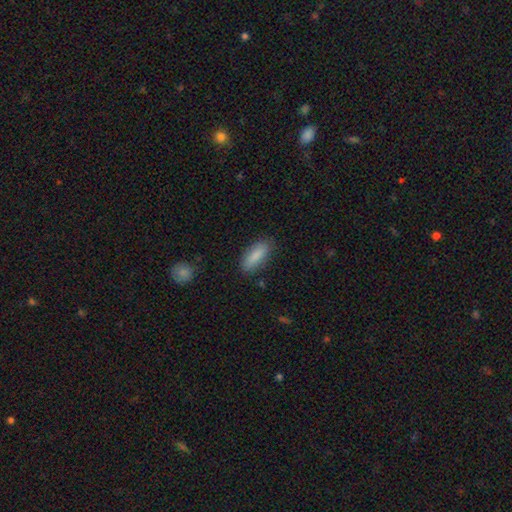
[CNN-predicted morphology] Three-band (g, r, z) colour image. It shows a smooth galaxy with no disk features (86%) that is in between round and cigar-shaped (69%). Merging: none (83%).